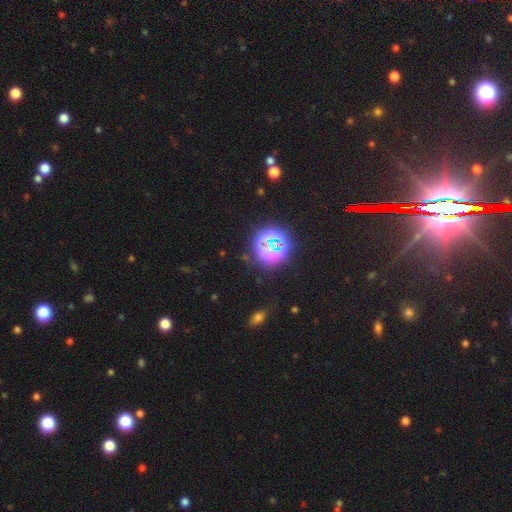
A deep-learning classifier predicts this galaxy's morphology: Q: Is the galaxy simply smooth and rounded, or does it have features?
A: star or artifact — 74%.